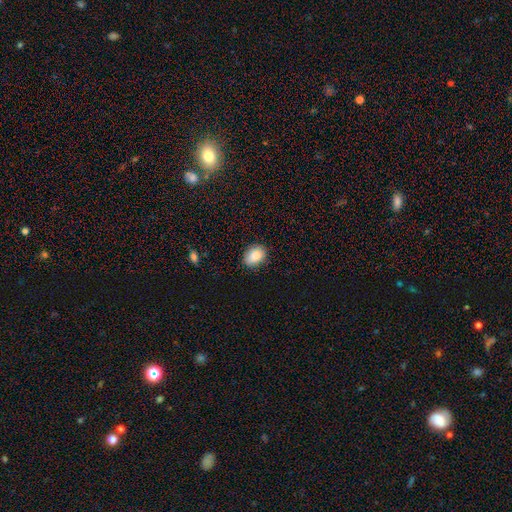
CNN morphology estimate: Q: Smooth or featured?
A: smooth (85%); runner-up: star or artifact (8%)
Q: How rounded?
A: in between (72%); runner-up: round (27%)
Q: Merging?
A: none (86%); runner-up: minor disturbance (11%)